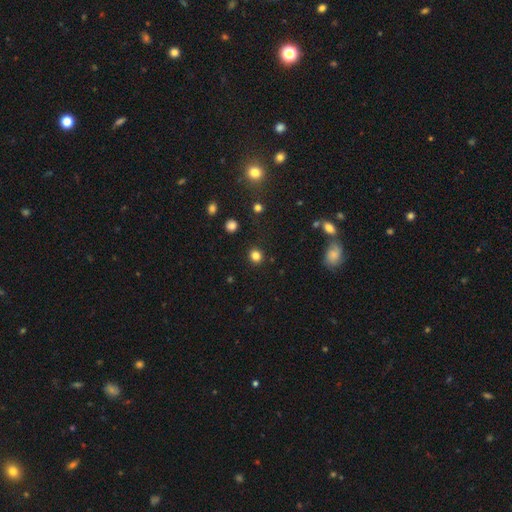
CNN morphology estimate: A smooth galaxy with no disk features (82%) that is round (85%).

Vote fractions:
- Smooth or featured? smooth: 82% / star or artifact: 13% / featured or disk: 4%
- How rounded? round: 85% / in between: 14% / cigar-shaped: 1%
- Merging? none: 90% / minor disturbance: 6% / major disturbance: 2% / merger: 2%